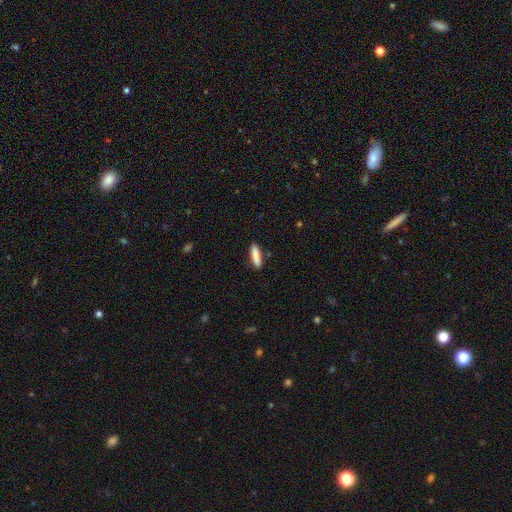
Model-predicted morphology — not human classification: Q: Smooth or featured?
A: smooth (86%); runner-up: featured or disk (8%)
Q: How rounded?
A: cigar-shaped (72%); runner-up: in between (27%)
Q: Merging?
A: none (87%); runner-up: minor disturbance (9%)